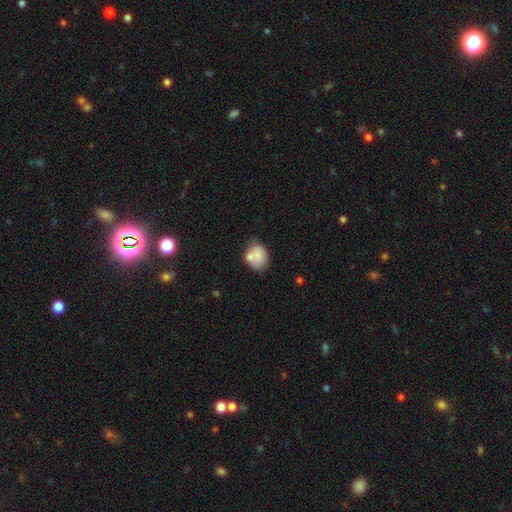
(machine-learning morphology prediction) Smooth or featured? smooth (73%)
How rounded? in between (52%)
Merging? none (44%)